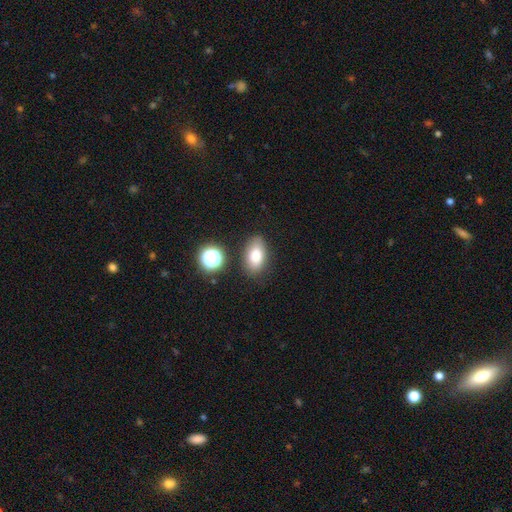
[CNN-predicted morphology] smooth_or_featured: smooth (p=0.79) [alt: featured or disk p=0.11]
how_rounded: in between (p=0.89) [alt: round p=0.09]
merging: none (p=0.82) [alt: minor disturbance p=0.12]